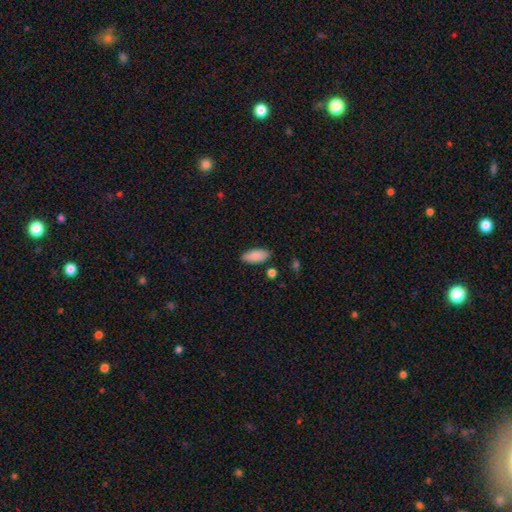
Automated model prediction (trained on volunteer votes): smooth_or_featured: smooth (p=0.89) [alt: star or artifact p=0.06]
how_rounded: in between (p=0.88) [alt: cigar-shaped p=0.10]
merging: none (p=0.84) [alt: minor disturbance p=0.11]